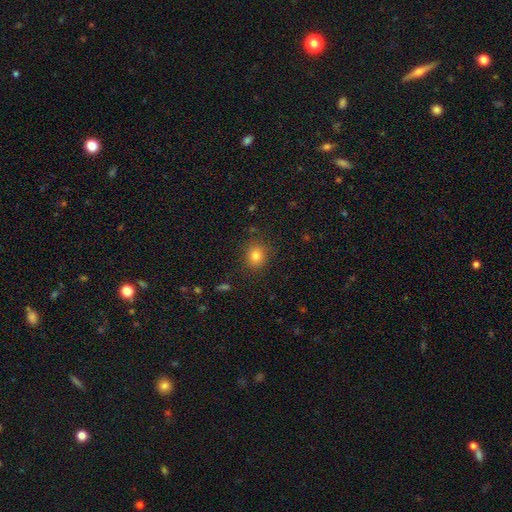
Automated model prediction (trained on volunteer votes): A smooth galaxy with no disk features (80%) that is round (73%).

Vote fractions:
- Smooth or featured? smooth: 80% / star or artifact: 13% / featured or disk: 7%
- How rounded? round: 73% / in between: 26% / cigar-shaped: 1%
- Merging? none: 86% / minor disturbance: 9% / major disturbance: 3% / merger: 1%